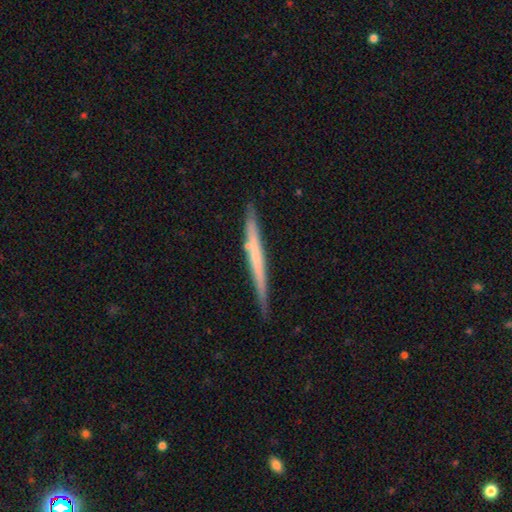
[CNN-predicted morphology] featured or disk 55%, smooth 40%, star or artifact 6%. Down the decision tree: edge-on disk — yes (96%); edge-on bulge — none (80%); merging — none (83%).